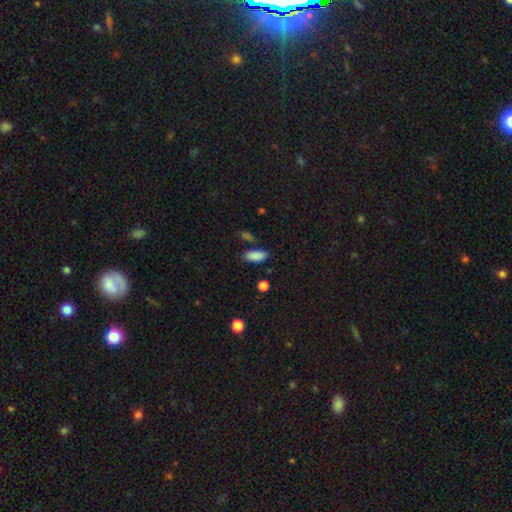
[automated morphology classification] Smooth or featured? Predicted: smooth (p=0.88). How rounded? Predicted: in between (p=0.79). Merging? Predicted: none (p=0.81).